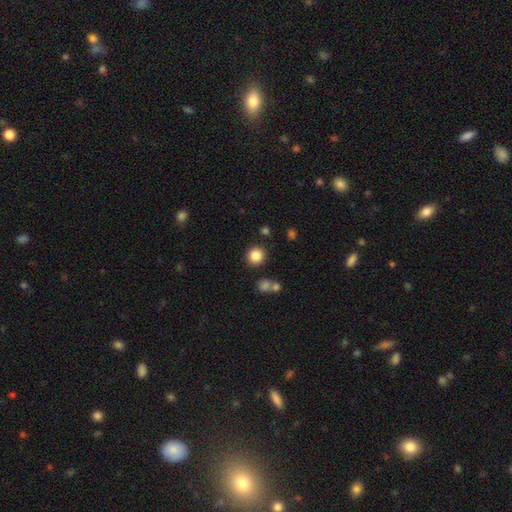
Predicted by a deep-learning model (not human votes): Overall: smooth (85%). How rounded: round (91%). Merging: none (86%).